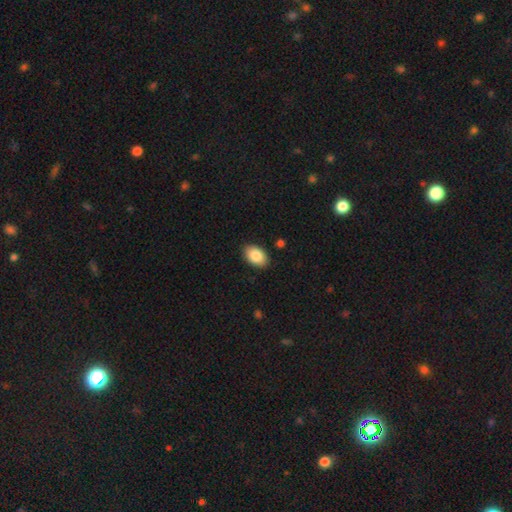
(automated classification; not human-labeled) smooth-or-featured: smooth: 87% | star or artifact: 7% | featured or disk: 7%
  how-rounded: in between: 90% | round: 9% | cigar-shaped: 1%
  merging: none: 88% | minor disturbance: 8% | major disturbance: 2% | merger: 1%